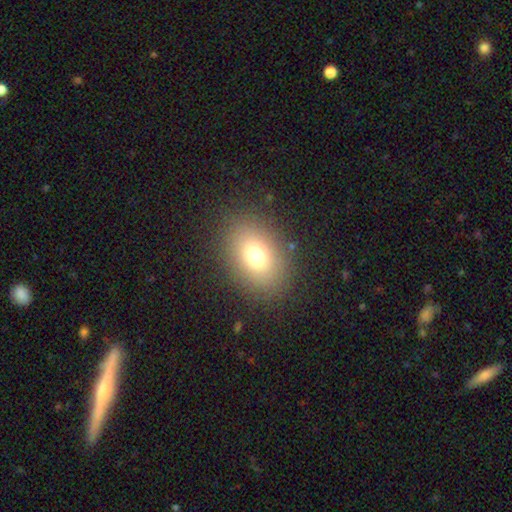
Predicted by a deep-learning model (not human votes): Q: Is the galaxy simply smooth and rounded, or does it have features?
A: smooth — 74%.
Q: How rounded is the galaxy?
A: in between — 71%.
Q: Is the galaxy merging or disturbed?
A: none — 86%.